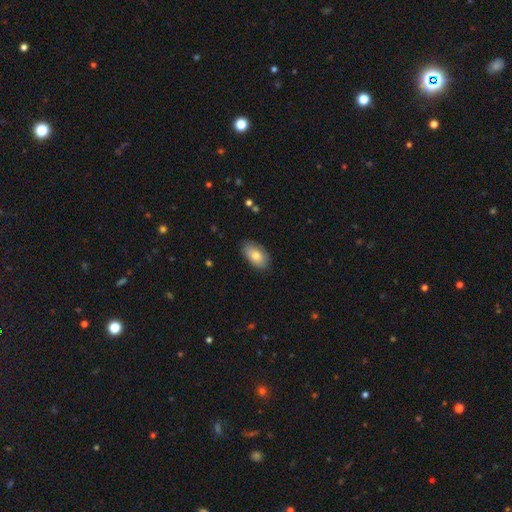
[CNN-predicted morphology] Overall: smooth (76%). How rounded: in between (93%). Merging: none (80%).